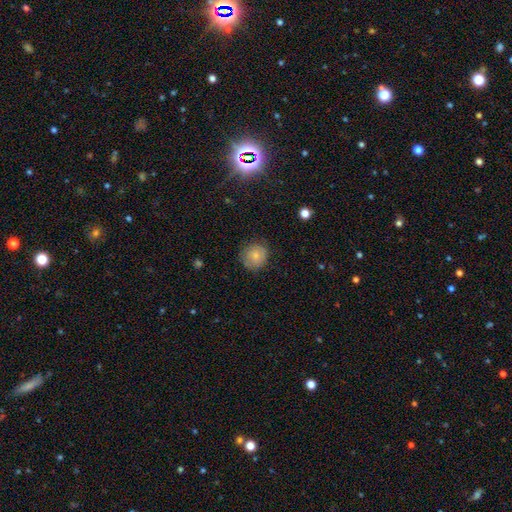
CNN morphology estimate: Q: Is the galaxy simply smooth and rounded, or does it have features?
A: smooth — 74%.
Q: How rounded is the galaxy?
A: round — 88%.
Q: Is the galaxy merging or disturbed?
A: none — 77%.